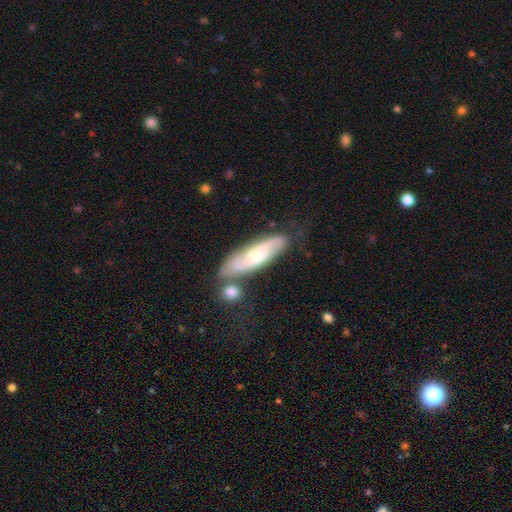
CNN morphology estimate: The model was most divided on "smooth or featured": featured or disk: 57%, smooth: 37%, star or artifact: 6%. More confident: edge-on disk — no (70%); merging — none (63%).